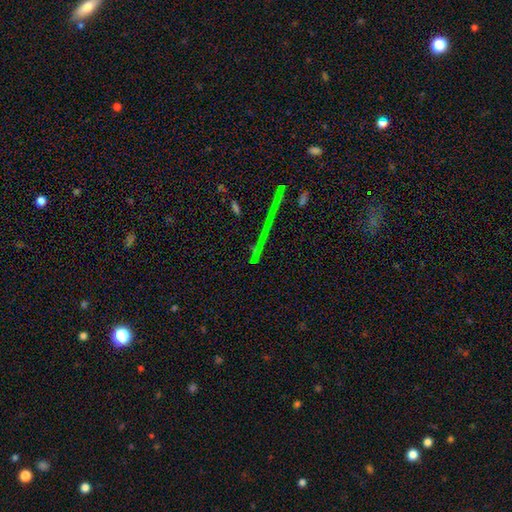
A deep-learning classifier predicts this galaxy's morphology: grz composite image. It shows a star or artifact, not a galaxy (72%).